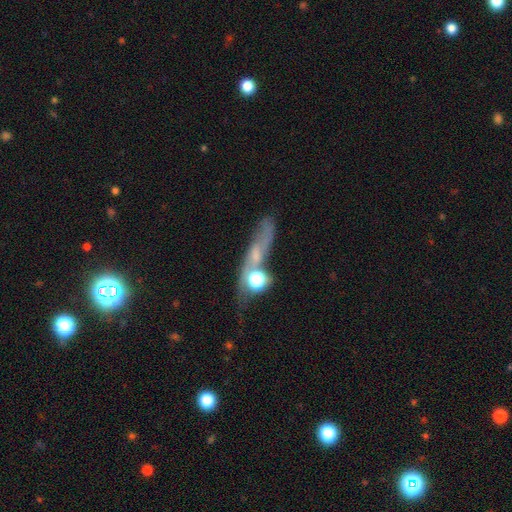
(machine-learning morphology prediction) featured or disk 44%, smooth 39%, star or artifact 17%. Down the decision tree: merging — none (42%).